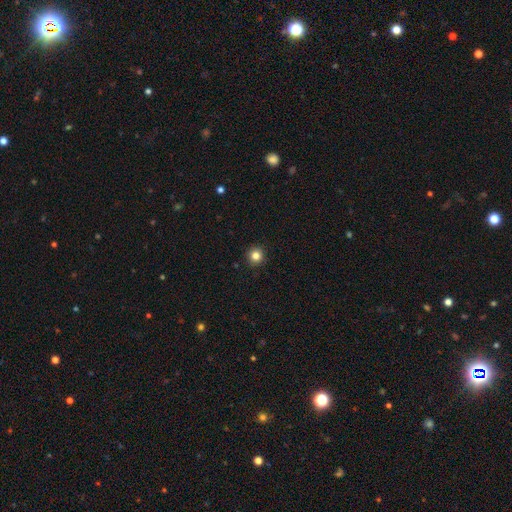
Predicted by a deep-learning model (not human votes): The model was most divided on "smooth or featured": smooth: 83%, star or artifact: 12%, featured or disk: 5%. More confident: how rounded — round (95%); merging — none (93%).